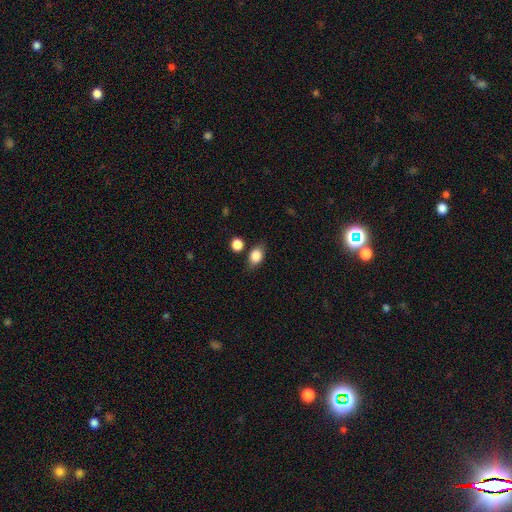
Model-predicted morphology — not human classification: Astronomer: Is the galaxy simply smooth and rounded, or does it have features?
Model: smooth — 82%.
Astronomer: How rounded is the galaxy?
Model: in between — 68%.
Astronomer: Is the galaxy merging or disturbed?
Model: none — 72%.